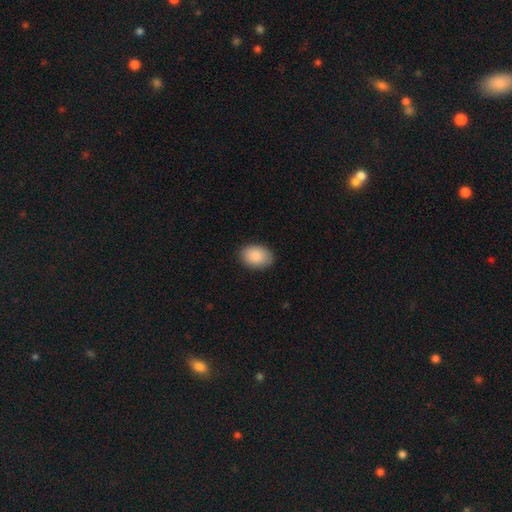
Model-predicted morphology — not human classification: Q: Smooth or featured?
A: smooth (89%); runner-up: star or artifact (6%)
Q: How rounded?
A: in between (83%); runner-up: round (16%)
Q: Merging?
A: none (87%); runner-up: minor disturbance (10%)